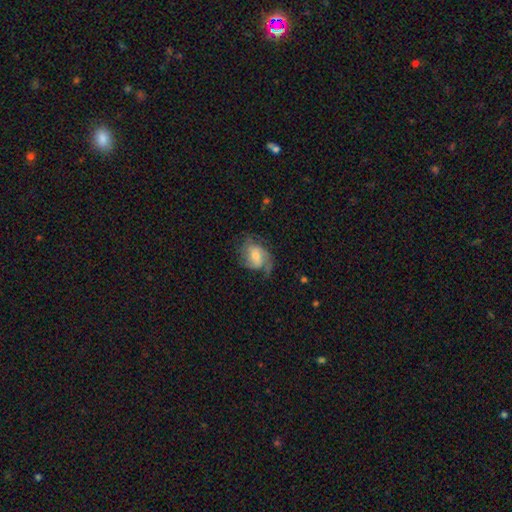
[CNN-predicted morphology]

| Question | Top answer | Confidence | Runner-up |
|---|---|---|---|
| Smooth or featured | featured or disk | 64% | smooth (29%) |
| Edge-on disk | no | 97% | yes (3%) |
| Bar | no | 46% | weak (43%) |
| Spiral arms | yes | 87% | no (13%) |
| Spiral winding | medium | 43% | loose (33%) |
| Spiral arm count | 2 | 40% | 1 (25%) |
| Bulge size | moderate | 48% | small (38%) |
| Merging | none | 49% | minor disturbance (25%) |